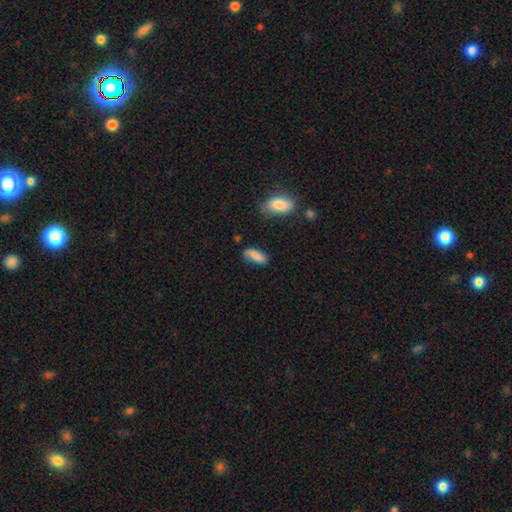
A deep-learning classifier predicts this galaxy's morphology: The model was most divided on "merging": none: 66%, minor disturbance: 25%, major disturbance: 6%, merger: 3%. More confident: smooth or featured — smooth (79%); how rounded — in between (71%).